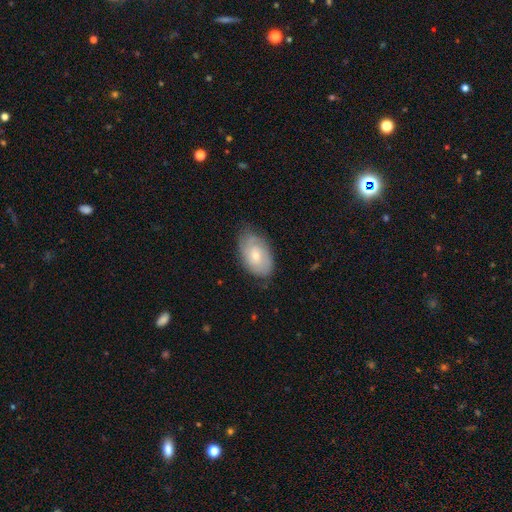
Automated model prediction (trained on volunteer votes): A smooth galaxy with no disk features (47%, tied with featured or disk). Merging: none (72%).